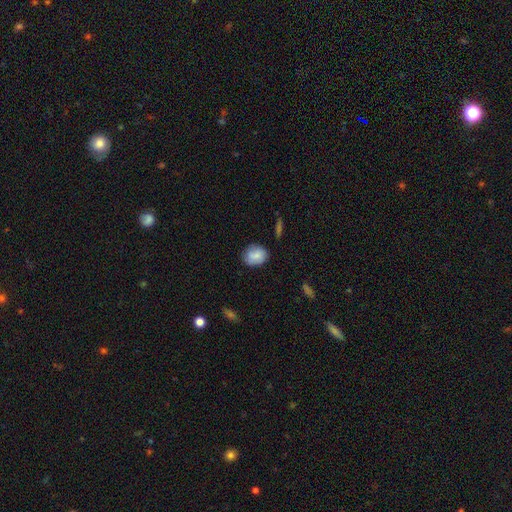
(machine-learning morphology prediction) Smooth or featured: smooth — 81% (featured or disk — 12%)
How rounded: round — 51% (in between — 47%)
Merging: none — 75% (minor disturbance — 19%)